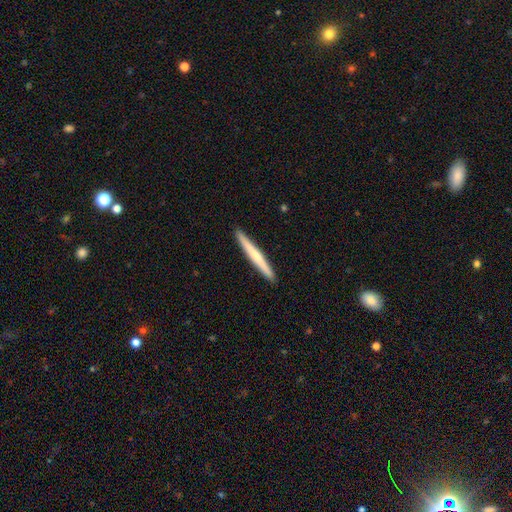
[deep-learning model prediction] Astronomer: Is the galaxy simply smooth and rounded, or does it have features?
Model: smooth — 52% (runner-up: featured or disk, 43%).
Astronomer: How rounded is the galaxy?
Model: cigar-shaped — 97%.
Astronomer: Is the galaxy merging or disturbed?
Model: none — 93%.